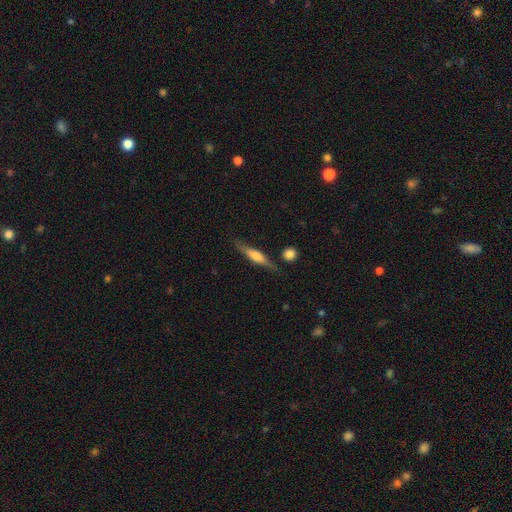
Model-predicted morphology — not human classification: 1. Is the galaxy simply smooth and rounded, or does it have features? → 57% featured or disk, 36% smooth, 6% star or artifact.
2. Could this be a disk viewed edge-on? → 94% yes, 6% no.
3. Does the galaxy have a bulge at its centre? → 66% rounded, 26% boxy, 9% none.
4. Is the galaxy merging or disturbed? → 78% none, 13% minor disturbance, 5% merger, 4% major disturbance.